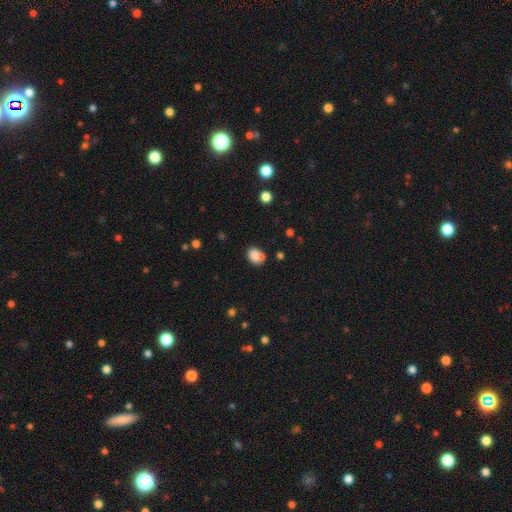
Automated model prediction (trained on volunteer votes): Overall: smooth (81%). How rounded: in between (50%; round 49%). Merging: none (49%; merger 27%).